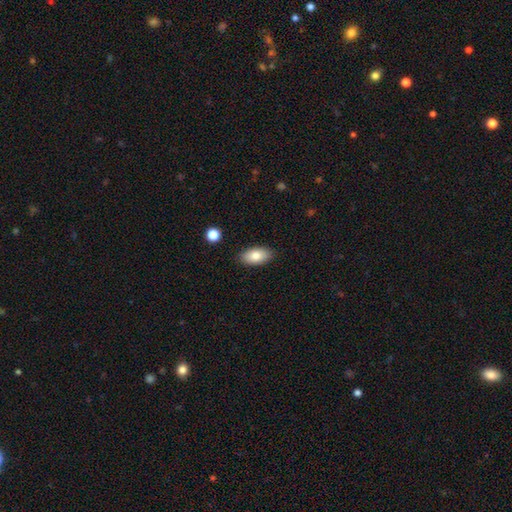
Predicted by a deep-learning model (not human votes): Smooth or featured? smooth (81%)
How rounded? in between (93%)
Merging? none (87%)